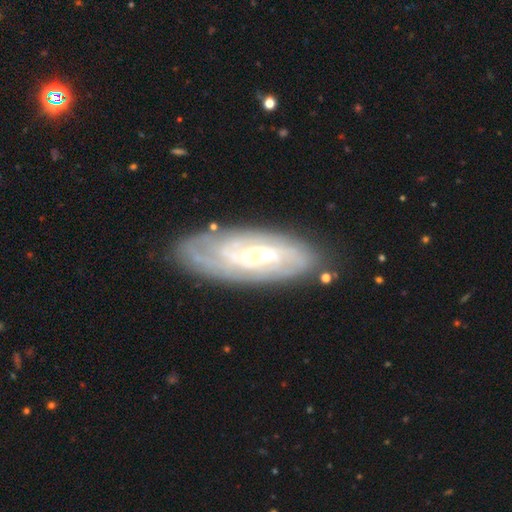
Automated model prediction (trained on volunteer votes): This is likely a featured or disk galaxy (78%). It is clearly not viewed edge-on (88%). Bar: marginally weak (43%). Spiral arm pattern: clearly yes (89%). Spiral arm count: possibly can't tell (49%). Spiral winding: likely tight (64%). Central bulge: likely small (60%). Merging: likely none (79%).